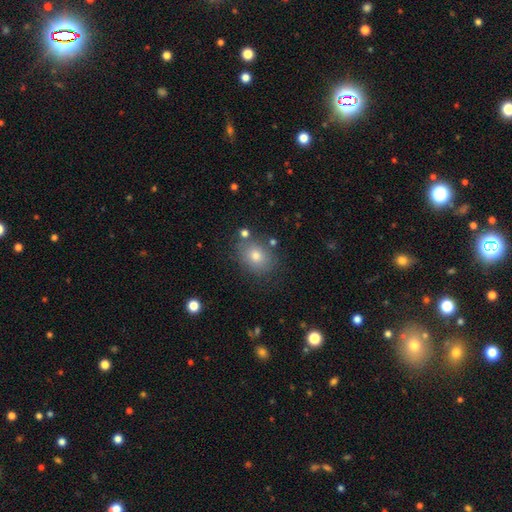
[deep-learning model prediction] Smooth or featured? Predicted: smooth (p=0.76). How rounded? Predicted: in between (p=0.54). Merging? Predicted: none (p=0.80).